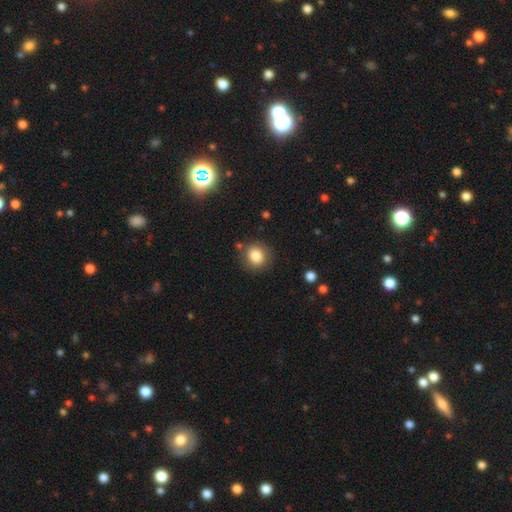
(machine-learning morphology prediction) Smooth or featured?
  - smooth: 84% *
  - star or artifact: 10%
  - featured or disk: 6%
How rounded?
  - round: 85% *
  - in between: 14%
  - cigar-shaped: 1%
Merging?
  - none: 84% *
  - minor disturbance: 10%
  - major disturbance: 3%
  - merger: 3%